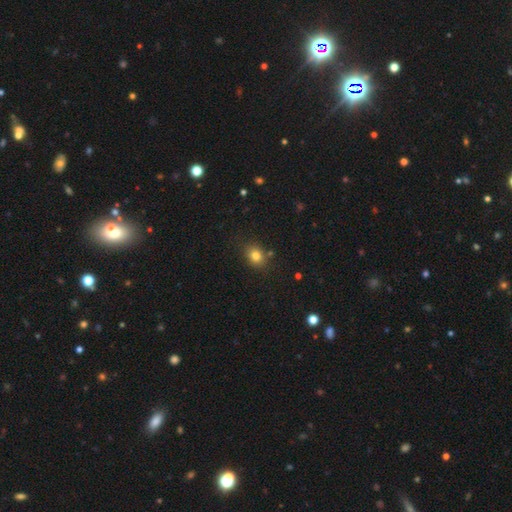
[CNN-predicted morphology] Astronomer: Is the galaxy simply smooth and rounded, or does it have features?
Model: smooth — 81%.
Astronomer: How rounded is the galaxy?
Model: round — 50% (runner-up: in between, 49%).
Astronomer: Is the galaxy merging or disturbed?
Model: none — 80%.